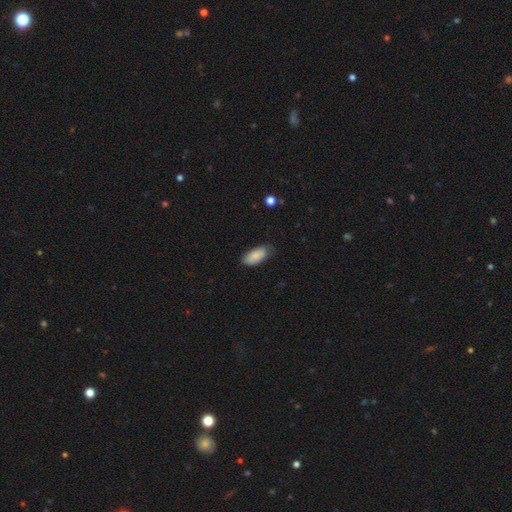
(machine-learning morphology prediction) A smooth galaxy with no disk features (84%) that is in between round and cigar-shaped (90%). Merging: none (68%).